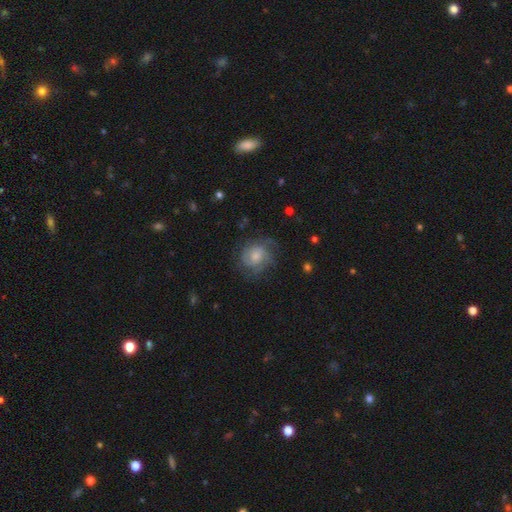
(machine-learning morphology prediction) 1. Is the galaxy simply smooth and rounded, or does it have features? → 52% featured or disk, 40% smooth, 8% star or artifact.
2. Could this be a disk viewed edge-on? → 98% no, 2% yes.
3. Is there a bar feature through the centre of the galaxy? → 75% no, 22% weak, 3% strong.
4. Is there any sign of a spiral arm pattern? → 83% yes, 17% no.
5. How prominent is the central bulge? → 46% moderate, 36% small, 10% large, 7% none, 2% dominant.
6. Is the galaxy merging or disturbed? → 64% none, 22% minor disturbance, 13% major disturbance, 1% merger.